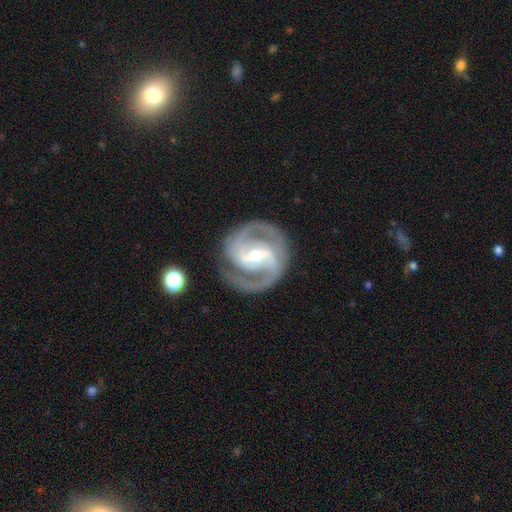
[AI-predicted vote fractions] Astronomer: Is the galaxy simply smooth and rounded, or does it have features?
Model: featured or disk — 92%.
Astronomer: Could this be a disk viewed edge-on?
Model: no — 98%.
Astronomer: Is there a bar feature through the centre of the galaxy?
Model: strong — 49% (runner-up: weak, 38%).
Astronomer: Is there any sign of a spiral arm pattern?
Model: yes — 98%.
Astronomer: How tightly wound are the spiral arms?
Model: medium — 49% (runner-up: tight, 43%).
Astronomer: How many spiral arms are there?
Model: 2 — 88%.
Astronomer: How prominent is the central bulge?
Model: moderate — 56% (runner-up: small, 40%).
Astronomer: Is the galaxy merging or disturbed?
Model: none — 83%.